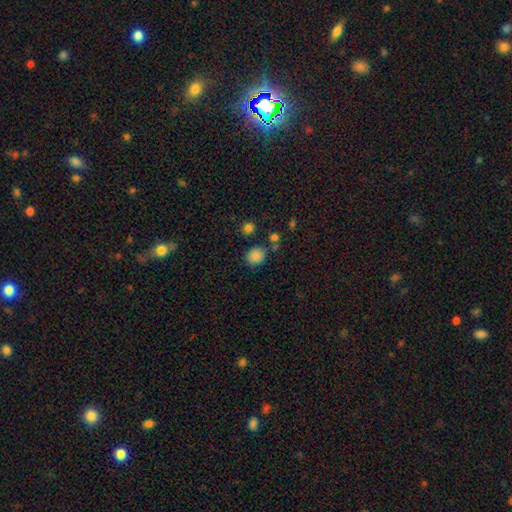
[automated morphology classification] smooth_or_featured: smooth (p=0.84) [alt: star or artifact p=0.12]
how_rounded: round (p=0.80) [alt: in between p=0.19]
merging: none (p=0.79) [alt: minor disturbance p=0.11]